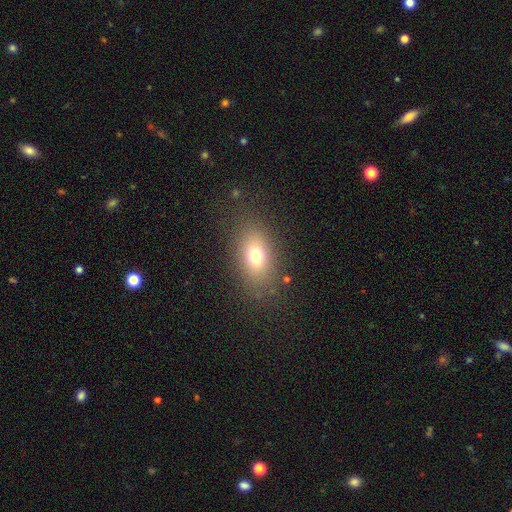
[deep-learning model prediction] Overall: smooth (72%). How rounded: in between (78%). Merging: none (81%).